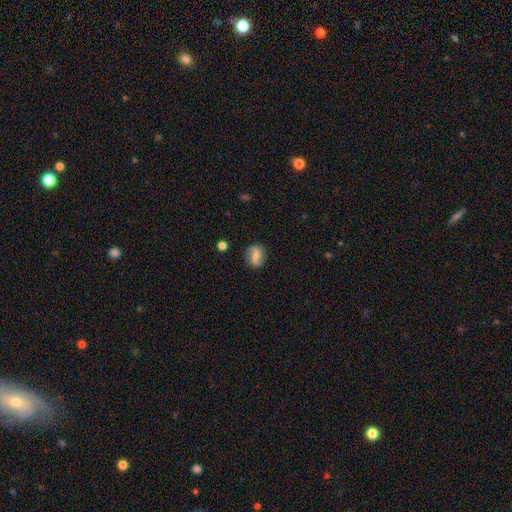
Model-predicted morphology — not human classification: Smooth or featured? featured or disk (60%)
Edge-on disk? no (96%)
Bar? weak (40%)
Spiral arms? yes (88%)
Spiral winding? loose (50%)
Spiral arm count? 2 (89%)
Bulge size? moderate (48%)
Merging? none (81%)